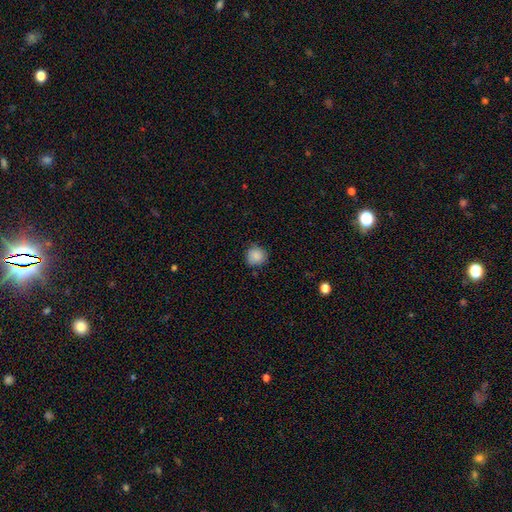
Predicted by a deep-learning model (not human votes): A smooth galaxy with no disk features (87%) that is round (91%).

Vote fractions:
- Smooth or featured? smooth: 87% / star or artifact: 9% / featured or disk: 4%
- How rounded? round: 91% / in between: 8% / cigar-shaped: 1%
- Merging? none: 82% / minor disturbance: 14% / major disturbance: 3% / merger: 1%